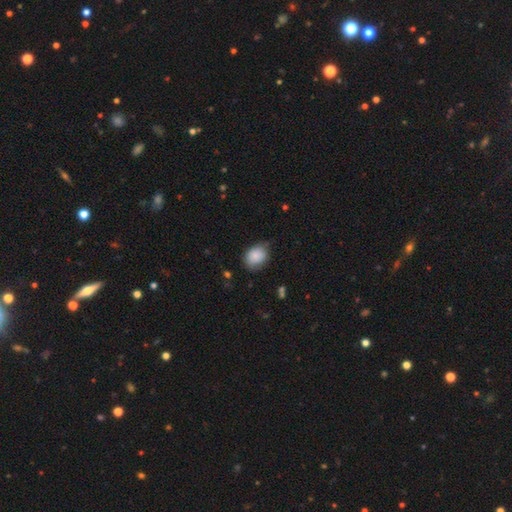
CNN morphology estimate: Overall: smooth (86%). How rounded: in between (55%; round 44%). Merging: none (62%; minor disturbance 30%).